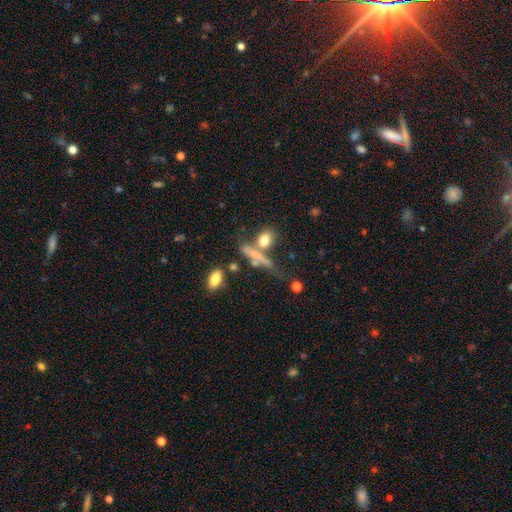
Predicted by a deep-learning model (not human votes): Smooth or featured: smooth — 56% (featured or disk — 30%)
How rounded: cigar-shaped — 58% (in between — 25%)
Merging: none — 47% (merger — 25%)